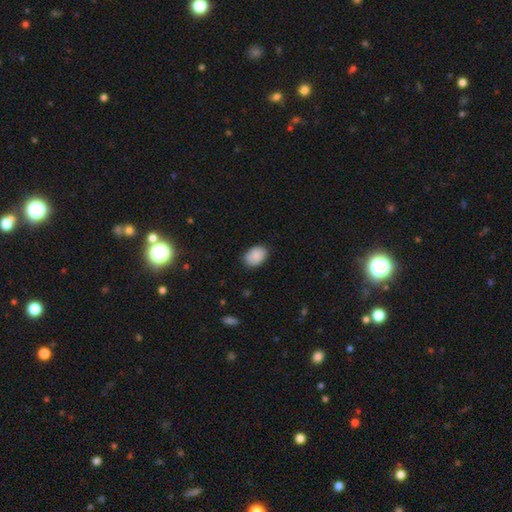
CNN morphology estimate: Smooth or featured?
  - smooth: 89% *
  - star or artifact: 7%
  - featured or disk: 4%
How rounded?
  - in between: 76% *
  - round: 23%
  - cigar-shaped: 1%
Merging?
  - none: 78% *
  - minor disturbance: 18%
  - major disturbance: 3%
  - merger: 1%